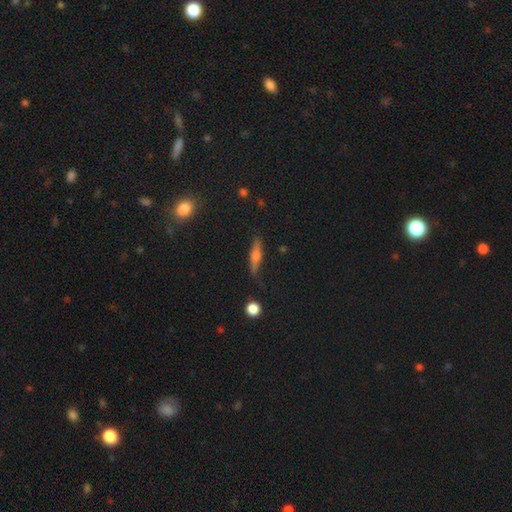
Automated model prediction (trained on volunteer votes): Smooth or featured: featured or disk — 47% (smooth — 43%)
Merging: none — 76% (minor disturbance — 18%)